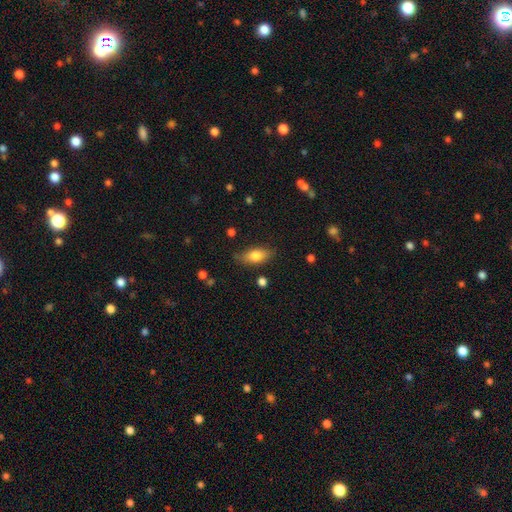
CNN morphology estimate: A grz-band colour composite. It shows a smooth galaxy with no disk features (75%) that is in between round and cigar-shaped (81%). Merging: none (78%).